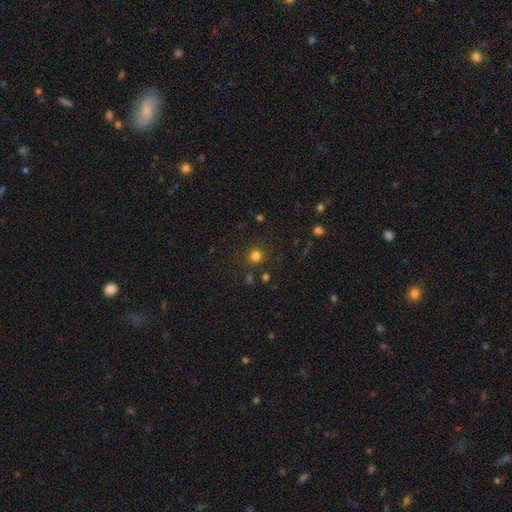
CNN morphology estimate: smooth 80%, star or artifact 15%, featured or disk 5%. Down the decision tree: how rounded — round (94%); merging — none (89%).